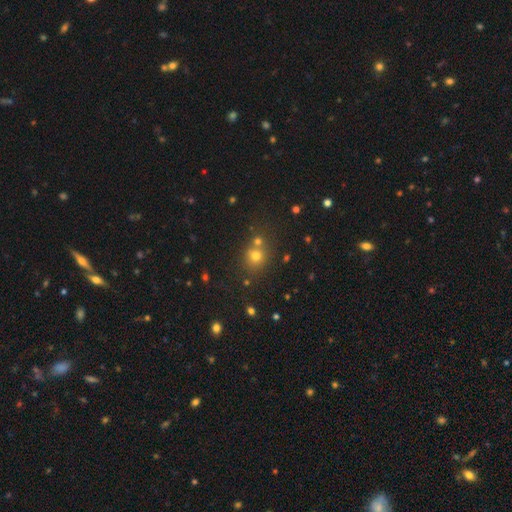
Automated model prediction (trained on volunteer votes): smooth_or_featured: smooth (p=0.67) [alt: star or artifact p=0.23]
how_rounded: round (p=0.83) [alt: in between p=0.16]
merging: none (p=0.62) [alt: merger p=0.27]